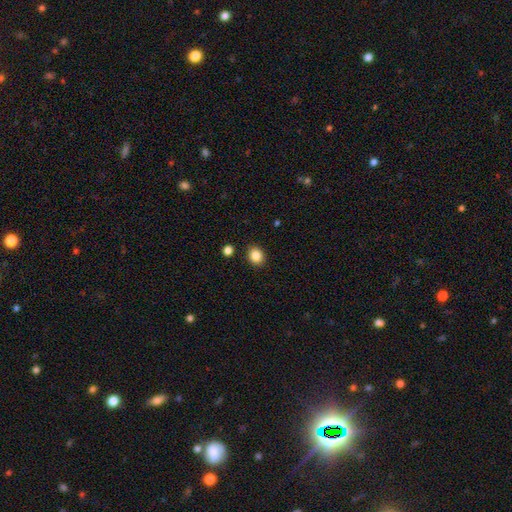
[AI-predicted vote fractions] This is clearly a smooth galaxy (85%). How rounded: likely round (65%). Merging: clearly none (89%).